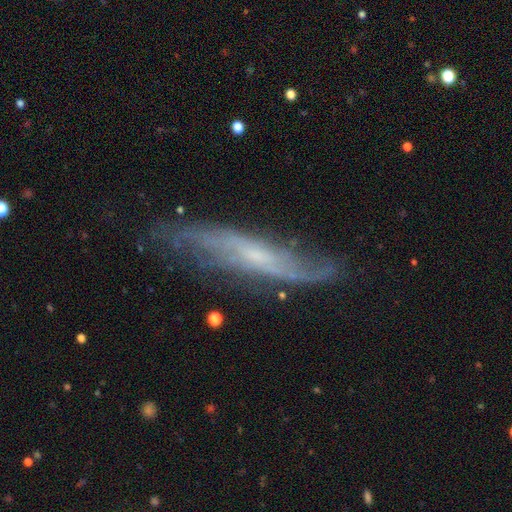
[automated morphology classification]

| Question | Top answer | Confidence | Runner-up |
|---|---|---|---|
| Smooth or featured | featured or disk | 76% | smooth (17%) |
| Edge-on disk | no | 57% | yes (43%) |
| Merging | none | 67% | minor disturbance (22%) |